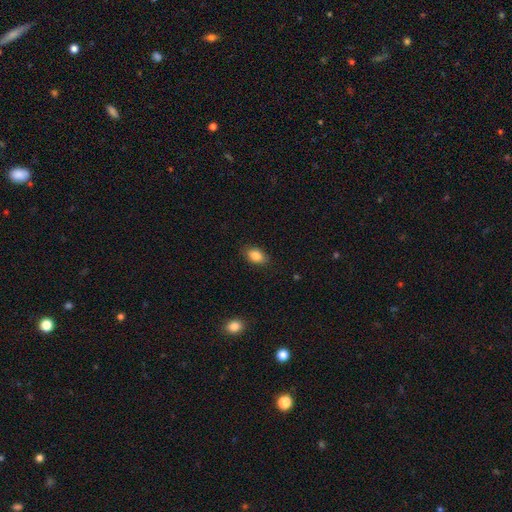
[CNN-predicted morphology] Q: Smooth or featured?
A: smooth (85%); runner-up: star or artifact (8%)
Q: How rounded?
A: in between (87%); runner-up: round (11%)
Q: Merging?
A: none (86%); runner-up: minor disturbance (11%)